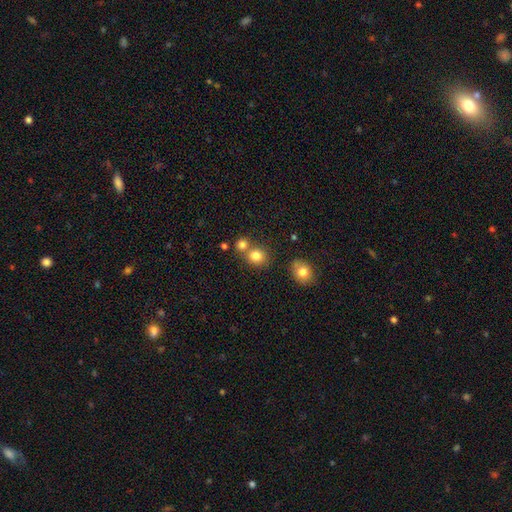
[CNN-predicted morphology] smooth_or_featured: smooth (p=0.81) [alt: star or artifact p=0.12]
how_rounded: round (p=0.80) [alt: in between p=0.19]
merging: none (p=0.57) [alt: merger p=0.32]